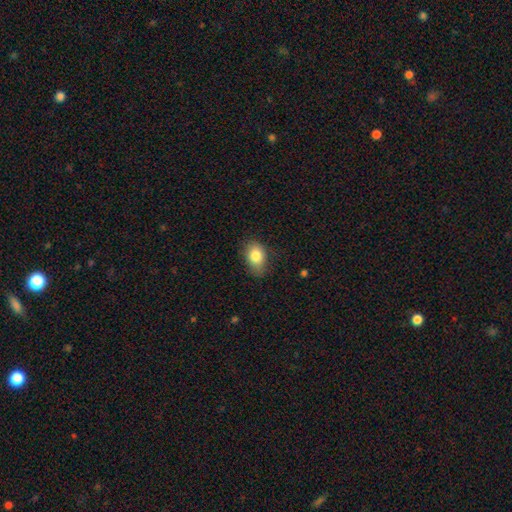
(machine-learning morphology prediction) Smooth or featured? smooth (83%)
How rounded? in between (82%)
Merging? none (70%)